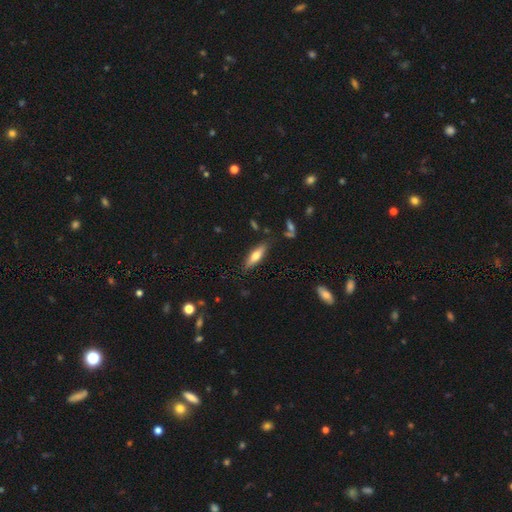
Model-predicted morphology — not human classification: A smooth galaxy with no disk features (56%) that is cigar-shaped (61%).

Vote fractions:
- Smooth or featured? smooth: 56% / featured or disk: 37% / star or artifact: 7%
- How rounded? cigar-shaped: 61% / in between: 37% / round: 2%
- Merging? none: 83% / minor disturbance: 12% / major disturbance: 3% / merger: 3%